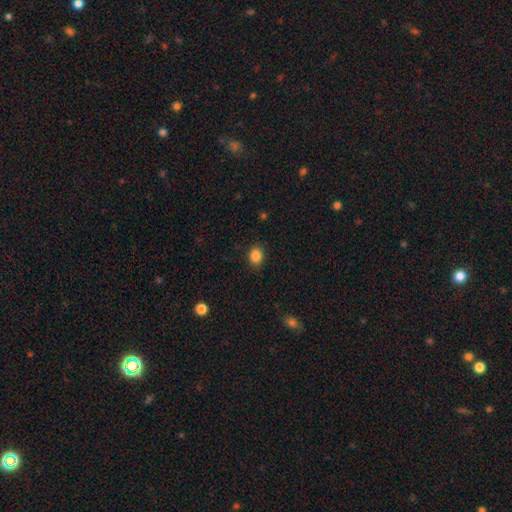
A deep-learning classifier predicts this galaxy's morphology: The model was most divided on "how rounded": round: 55%, in between: 44%, cigar-shaped: 1%. More confident: merging — none (87%); smooth or featured — smooth (86%).